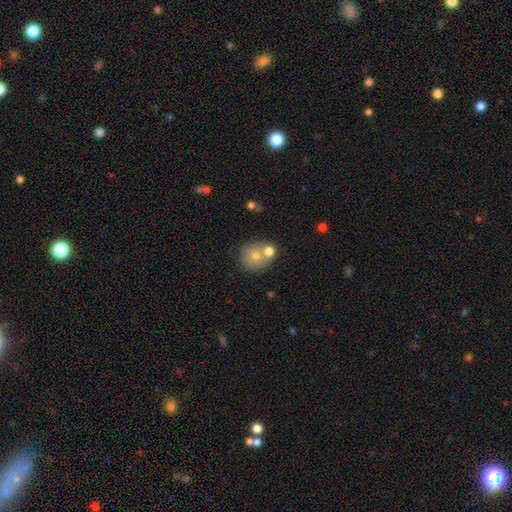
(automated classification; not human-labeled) A smooth galaxy with no disk features (70%) that is round (86%).

Vote fractions:
- Smooth or featured? smooth: 70% / featured or disk: 19% / star or artifact: 11%
- How rounded? round: 86% / in between: 13% / cigar-shaped: 1%
- Merging? none: 57% / merger: 30% / minor disturbance: 10% / major disturbance: 3%